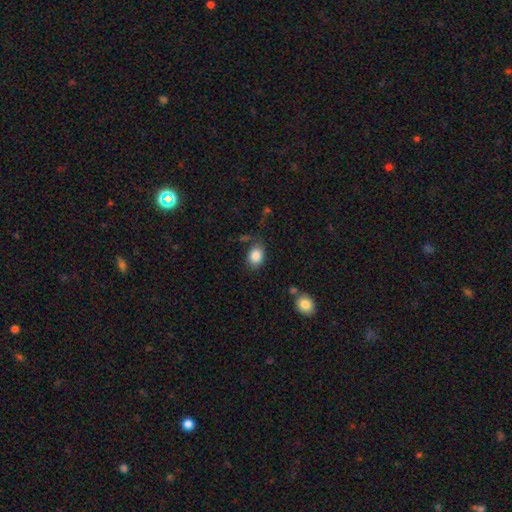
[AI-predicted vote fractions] This is clearly a smooth galaxy (86%). How rounded: likely in between (65%). Merging: likely none (71%).